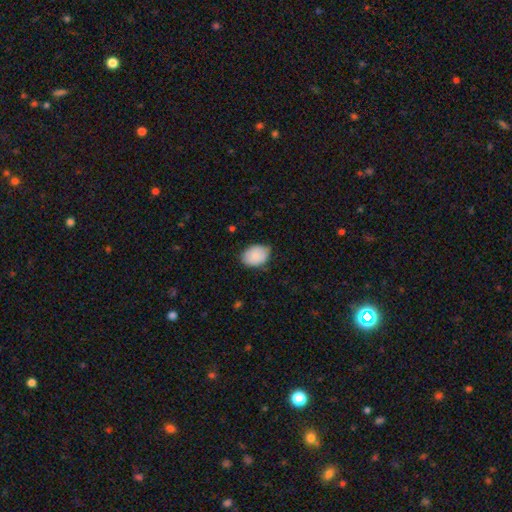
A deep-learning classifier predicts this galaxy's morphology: smooth-or-featured: smooth: 87% | star or artifact: 7% | featured or disk: 6%
  how-rounded: in between: 73% | round: 26% | cigar-shaped: 1%
  merging: none: 73% | minor disturbance: 23% | major disturbance: 3% | merger: 1%